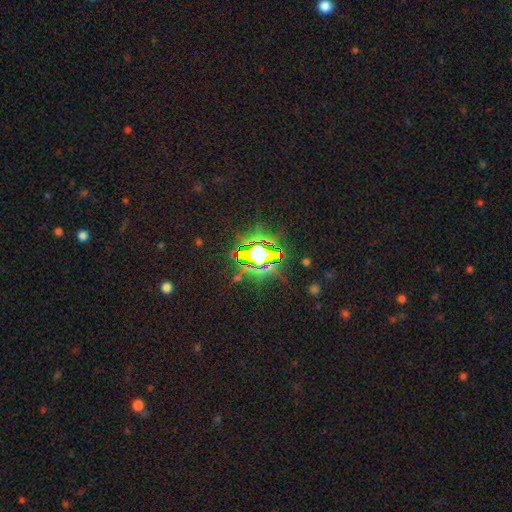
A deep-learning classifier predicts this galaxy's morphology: Overall: star or artifact (77%).